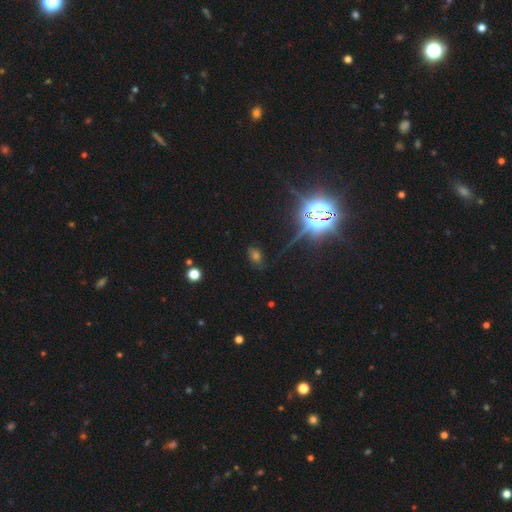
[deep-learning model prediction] smooth_or_featured: star or artifact (p=0.52) [alt: smooth p=0.31]